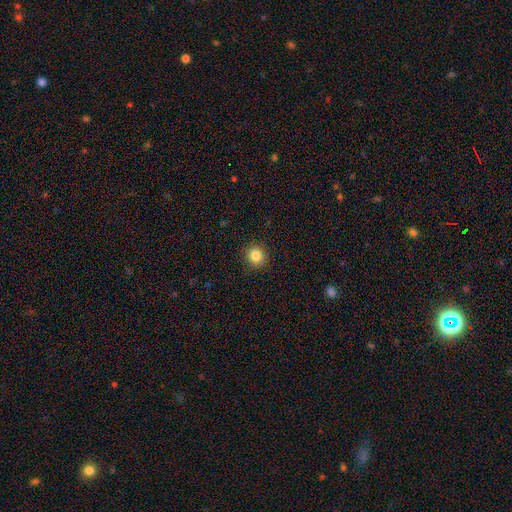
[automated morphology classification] This appears to be a smooth galaxy with no disk features (85%) that is round (93%). Merging: none (92%).